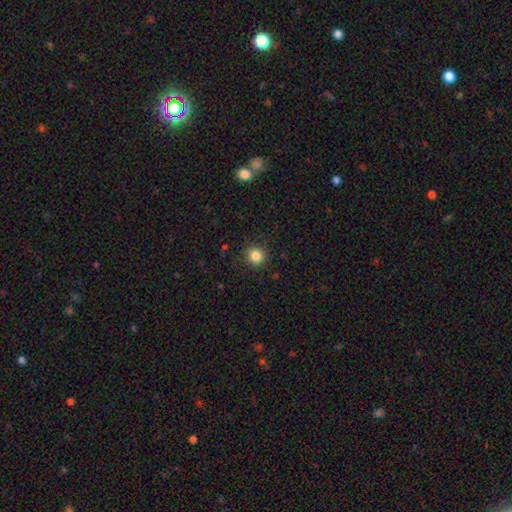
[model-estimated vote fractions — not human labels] This is clearly a smooth galaxy (84%). How rounded: clearly round (92%). Merging: clearly none (90%).